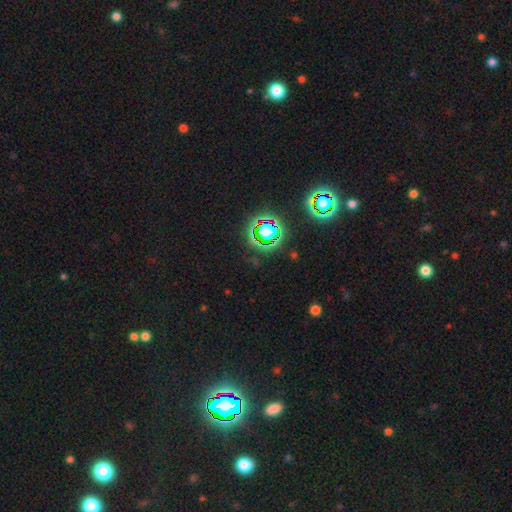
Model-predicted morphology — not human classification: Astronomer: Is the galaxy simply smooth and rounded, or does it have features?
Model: star or artifact — 78%.